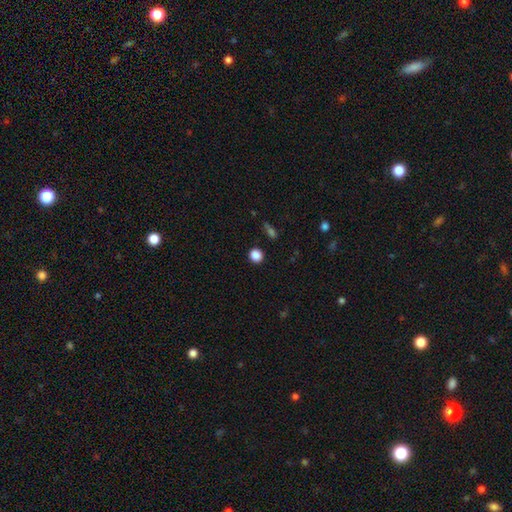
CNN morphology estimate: A smooth galaxy with no disk features (87%) that is round (86%).

Vote fractions:
- Smooth or featured? smooth: 87% / star or artifact: 10% / featured or disk: 3%
- How rounded? round: 86% / in between: 13% / cigar-shaped: 1%
- Merging? none: 91% / minor disturbance: 6% / major disturbance: 2% / merger: 2%